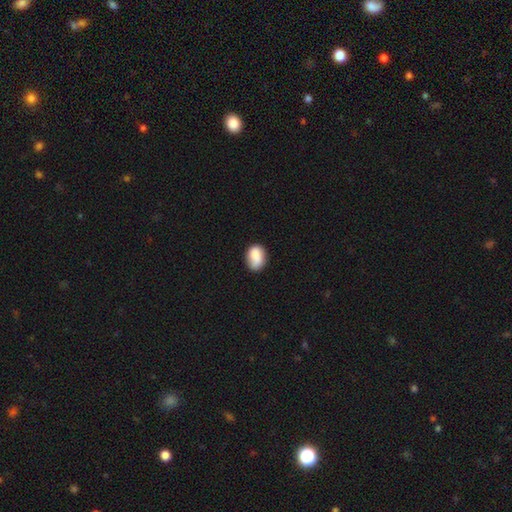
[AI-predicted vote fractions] Smooth or featured?
  - smooth: 85% *
  - featured or disk: 8%
  - star or artifact: 8%
How rounded?
  - in between: 76% *
  - round: 23%
  - cigar-shaped: 1%
Merging?
  - none: 68% *
  - minor disturbance: 24%
  - major disturbance: 5%
  - merger: 3%